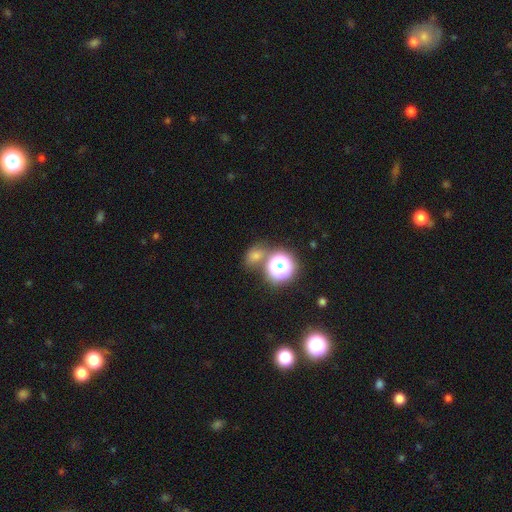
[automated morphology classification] smooth-or-featured: smooth: 62% | star or artifact: 28% | featured or disk: 10%
  how-rounded: round: 54% | in between: 44% | cigar-shaped: 2%
  merging: none: 61% | merger: 19% | minor disturbance: 13% | major disturbance: 6%